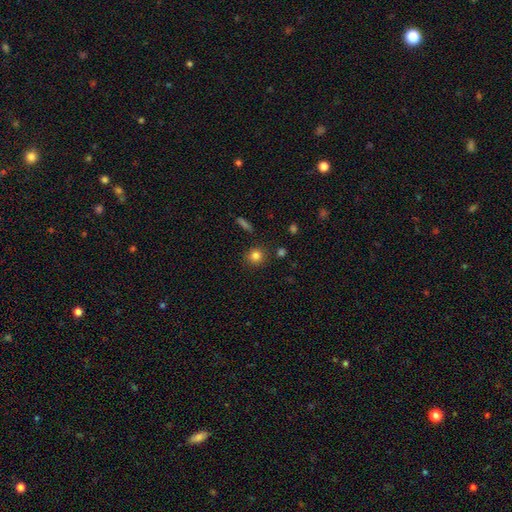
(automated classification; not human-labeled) smooth_or_featured: smooth (p=0.82) [alt: star or artifact p=0.12]
how_rounded: round (p=0.89) [alt: in between p=0.10]
merging: none (p=0.86) [alt: minor disturbance p=0.08]